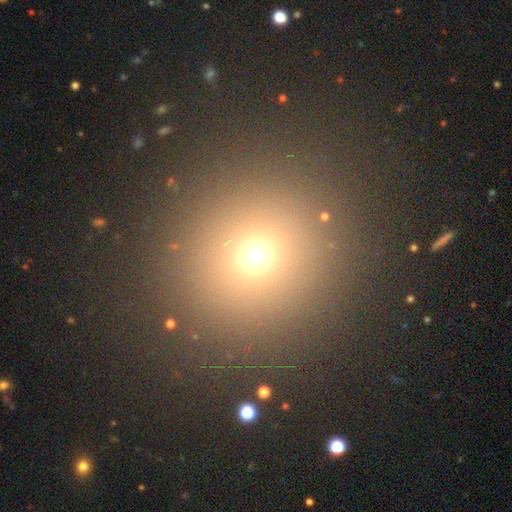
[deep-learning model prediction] The model was most divided on "smooth or featured": smooth: 67%, star or artifact: 25%, featured or disk: 8%. More confident: how rounded — round (92%); merging — none (88%).